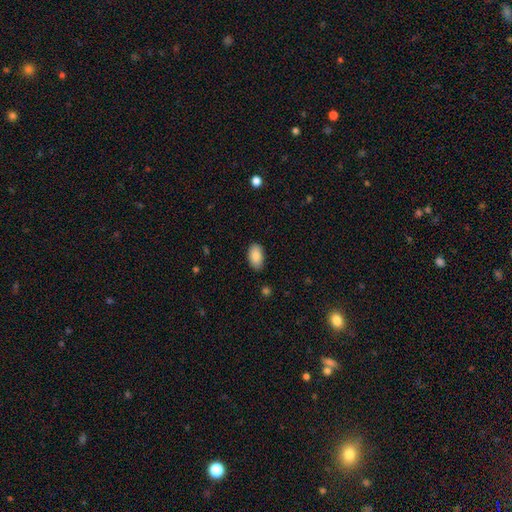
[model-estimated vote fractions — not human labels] Smooth or featured? smooth (87%)
How rounded? in between (94%)
Merging? none (85%)